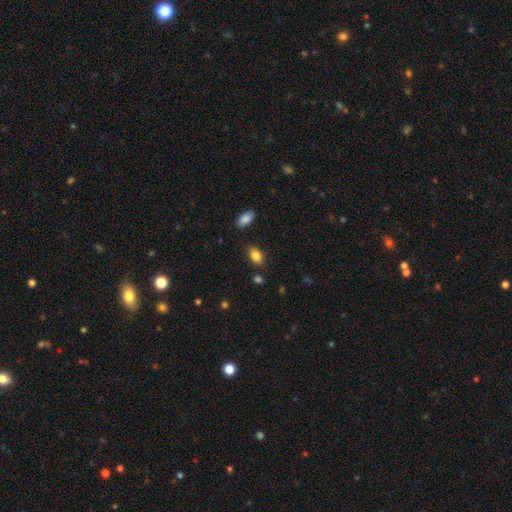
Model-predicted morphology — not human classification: This appears to be a smooth galaxy with no disk features (85%) that is in between round and cigar-shaped (88%). Merging: none (83%).